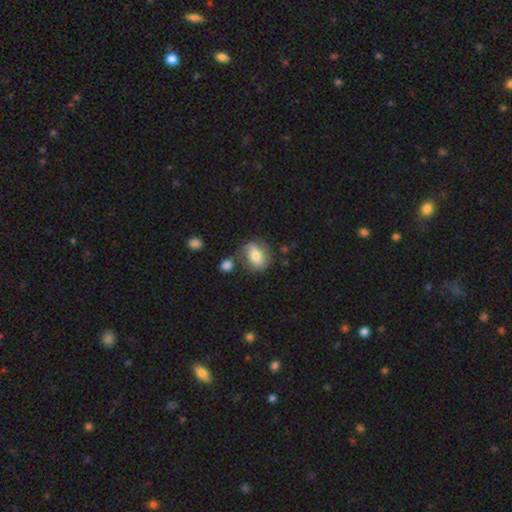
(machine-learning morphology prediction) Overall: smooth (57%; featured or disk 35%). How rounded: in between (62%; round 36%). Merging: none (54%; minor disturbance 23%).